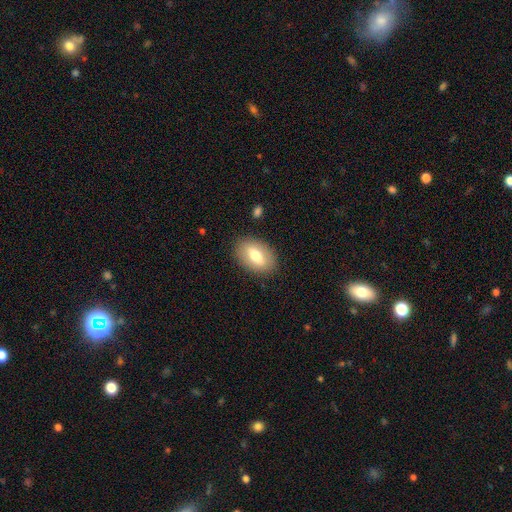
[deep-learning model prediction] Smooth or featured? Predicted: smooth (p=0.67). How rounded? Predicted: in between (p=0.89). Merging? Predicted: none (p=0.86).